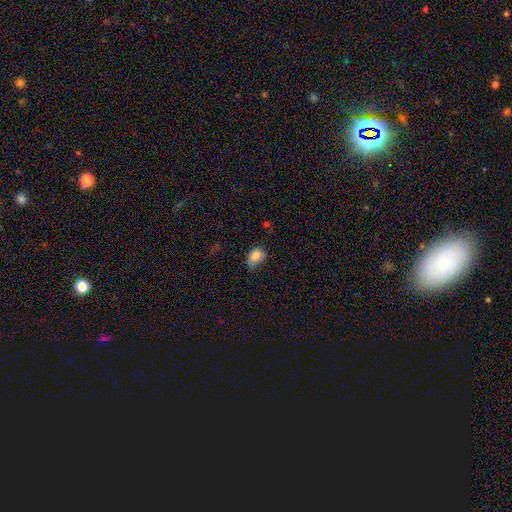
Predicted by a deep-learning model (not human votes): A smooth galaxy with no disk features (84%) that is in between round and cigar-shaped (76%). Merging: none (49%).